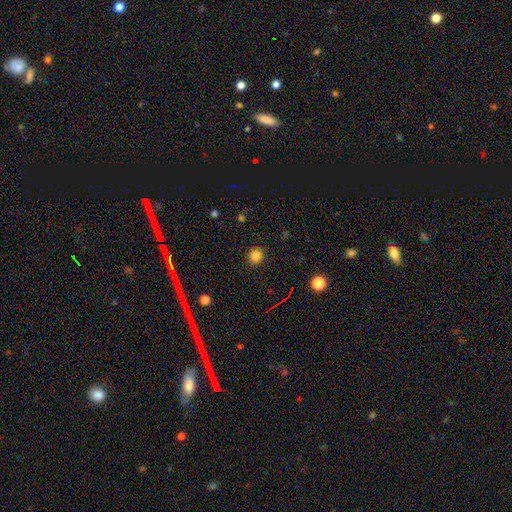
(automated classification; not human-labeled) A smooth galaxy with no disk features (83%) that is round (87%).

Vote fractions:
- Smooth or featured? smooth: 83% / star or artifact: 13% / featured or disk: 4%
- How rounded? round: 87% / in between: 12% / cigar-shaped: 1%
- Merging? none: 89% / minor disturbance: 8% / major disturbance: 2% / merger: 1%